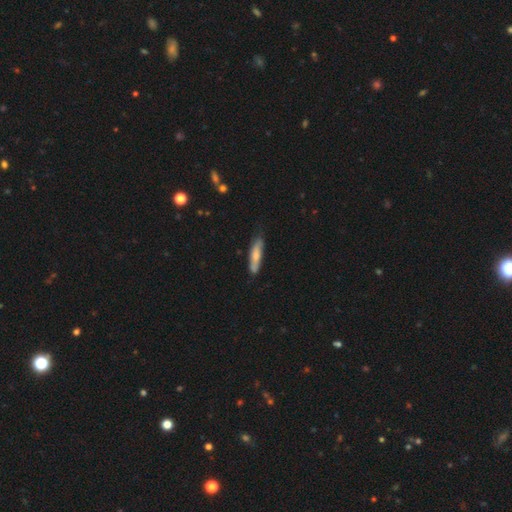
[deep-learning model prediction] smooth 63%, featured or disk 32%, star or artifact 5%. Down the decision tree: how rounded — cigar-shaped (74%); merging — none (72%).